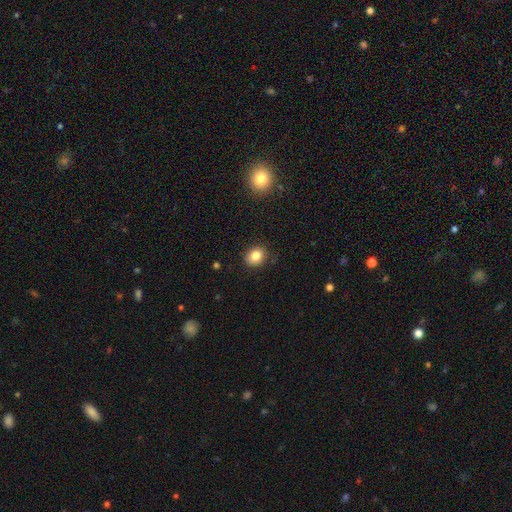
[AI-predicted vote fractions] A smooth galaxy with no disk features (83%) that is round (66%).

Vote fractions:
- Smooth or featured? smooth: 83% / star or artifact: 11% / featured or disk: 7%
- How rounded? round: 66% / in between: 33% / cigar-shaped: 1%
- Merging? none: 87% / minor disturbance: 10% / major disturbance: 2% / merger: 1%